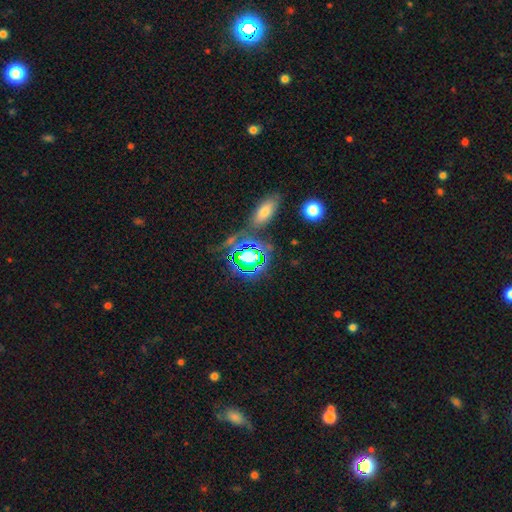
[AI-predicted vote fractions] Overall: star or artifact (66%).